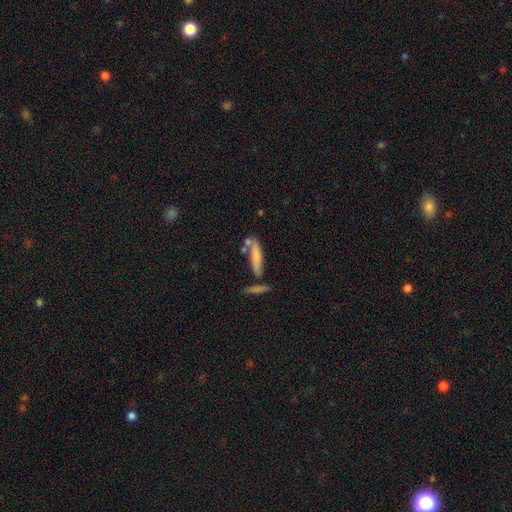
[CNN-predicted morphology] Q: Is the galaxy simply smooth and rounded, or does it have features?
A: smooth — 66%.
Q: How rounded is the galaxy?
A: cigar-shaped — 78%.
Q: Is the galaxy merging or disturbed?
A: none — 56%.